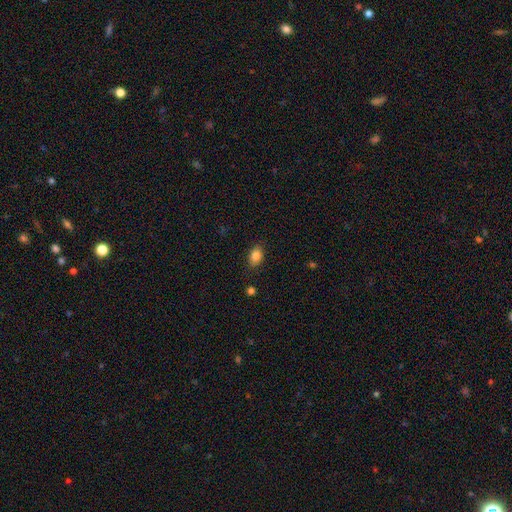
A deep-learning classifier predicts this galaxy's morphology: smooth-or-featured: smooth: 85% | star or artifact: 9% | featured or disk: 6%
  how-rounded: in between: 84% | round: 14% | cigar-shaped: 2%
  merging: none: 84% | minor disturbance: 12% | major disturbance: 3% | merger: 1%